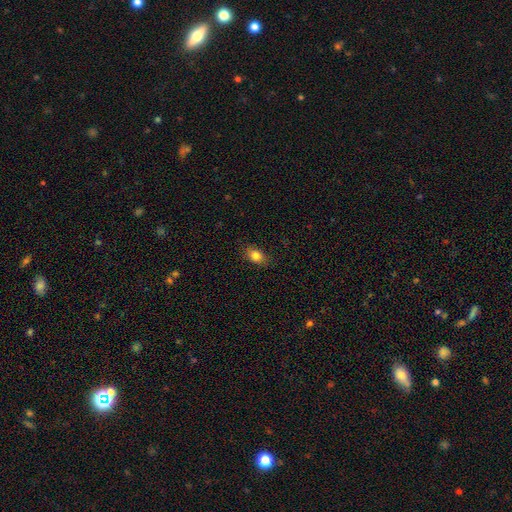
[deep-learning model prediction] Overall: smooth (83%). How rounded: in between (79%). Merging: none (84%).